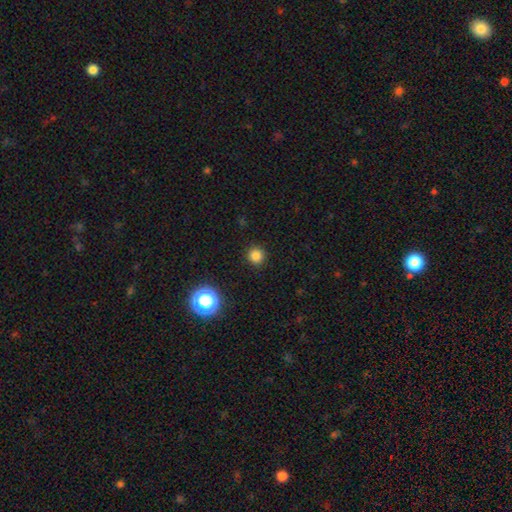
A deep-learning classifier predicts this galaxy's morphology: type=smooth (82%); roundness=round (94%); merging=none (92%).